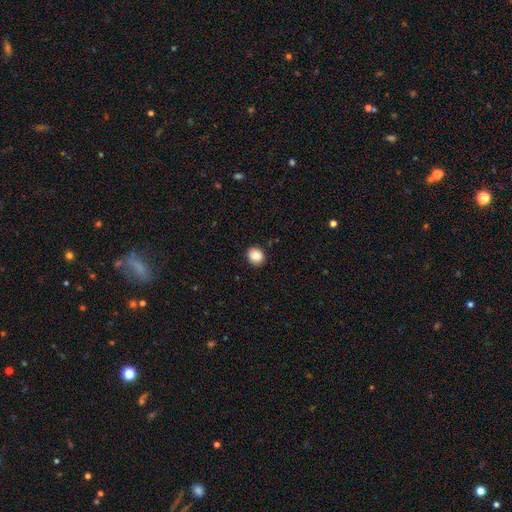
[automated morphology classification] Overall: smooth (88%). How rounded: round (79%). Merging: none (90%).